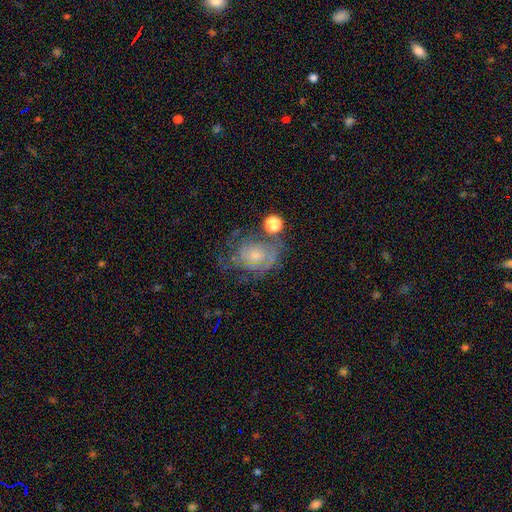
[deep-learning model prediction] featured or disk 65%, smooth 23%, star or artifact 12%. Down the decision tree: edge-on disk — no (97%); bar — no (80%); spiral arms — yes (79%); bulge size — small (65%); merging — none (48%).